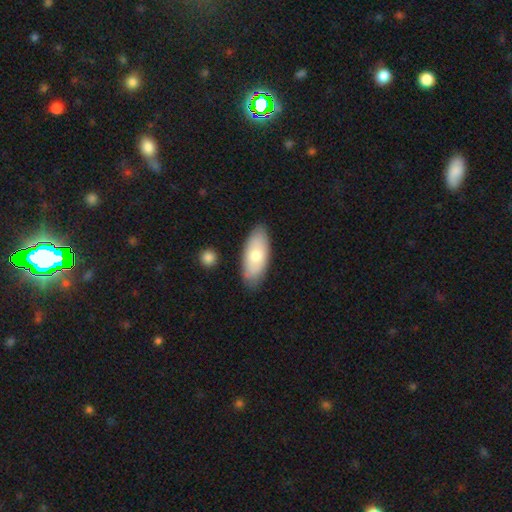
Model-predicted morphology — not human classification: Overall: smooth (70%). How rounded: in between (86%). Merging: none (82%).